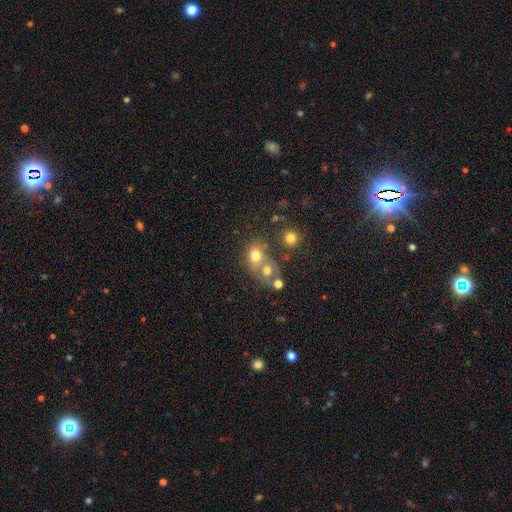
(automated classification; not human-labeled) This is likely a smooth galaxy (68%). How rounded: possibly round (58%). Merging: possibly merger (47%).